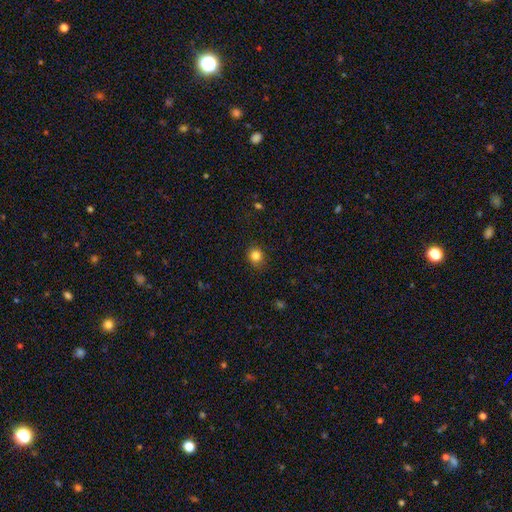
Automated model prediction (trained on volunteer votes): The model was most divided on "how rounded": round: 79%, in between: 20%, cigar-shaped: 1%. More confident: merging — none (88%); smooth or featured — smooth (82%).